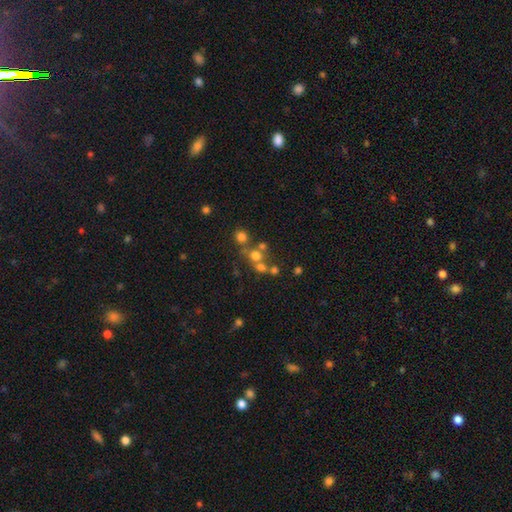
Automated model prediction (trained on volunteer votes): Overall: smooth (59%; star or artifact 22%). How rounded: round (84%). Merging: none (49%; merger 37%).